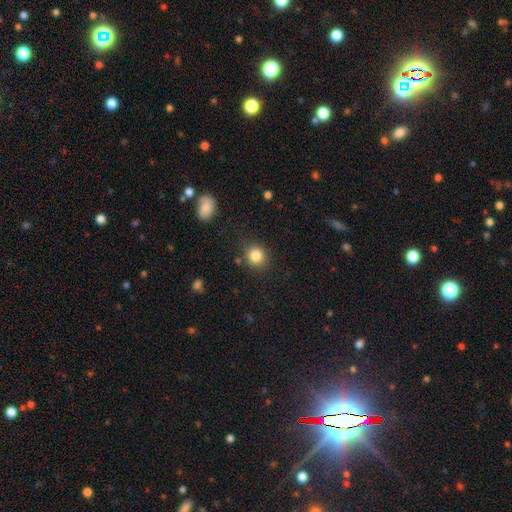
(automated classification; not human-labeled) Smooth or featured?
  - smooth: 84% *
  - star or artifact: 11%
  - featured or disk: 6%
How rounded?
  - round: 87% *
  - in between: 13%
  - cigar-shaped: 1%
Merging?
  - none: 84% *
  - minor disturbance: 10%
  - merger: 3%
  - major disturbance: 3%